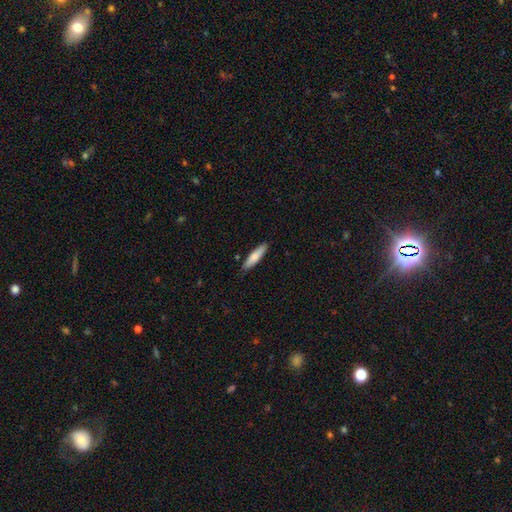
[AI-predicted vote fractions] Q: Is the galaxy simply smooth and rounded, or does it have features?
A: smooth — 79%.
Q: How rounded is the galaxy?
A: cigar-shaped — 76%.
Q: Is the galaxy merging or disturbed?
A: none — 87%.